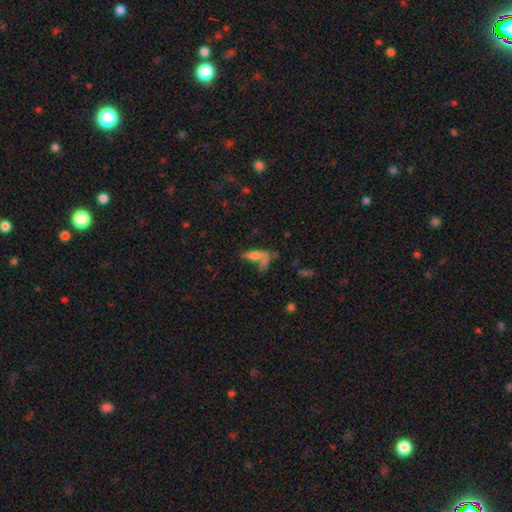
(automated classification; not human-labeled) The model was most divided on "merging": none: 30%, merger: 27%, major disturbance: 26%, minor disturbance: 16%. More confident: how rounded — in between (56%); smooth or featured — smooth (56%).